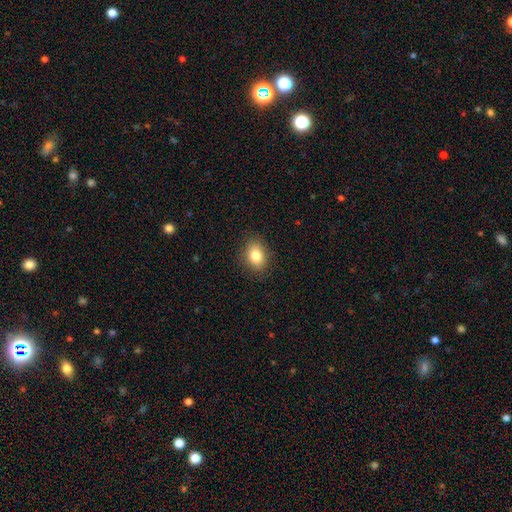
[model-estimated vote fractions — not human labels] Smooth or featured?
  - smooth: 83% *
  - star or artifact: 9%
  - featured or disk: 8%
How rounded?
  - in between: 66% *
  - round: 33%
  - cigar-shaped: 1%
Merging?
  - none: 87% *
  - minor disturbance: 10%
  - major disturbance: 3%
  - merger: 1%